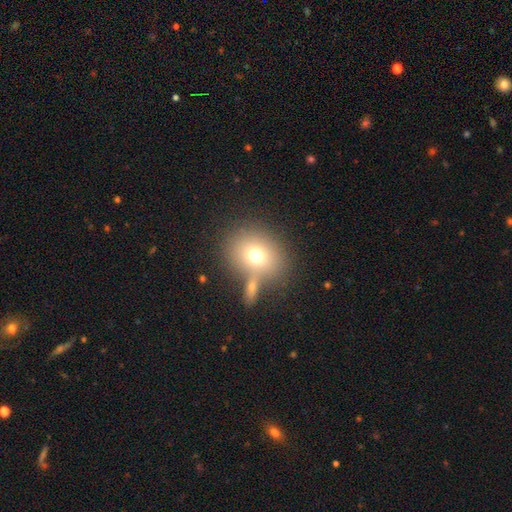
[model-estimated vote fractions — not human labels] Smooth or featured?
  - smooth: 71% *
  - featured or disk: 16%
  - star or artifact: 13%
How rounded?
  - round: 69% *
  - in between: 30%
  - cigar-shaped: 1%
Merging?
  - none: 62% *
  - merger: 20%
  - minor disturbance: 12%
  - major disturbance: 6%